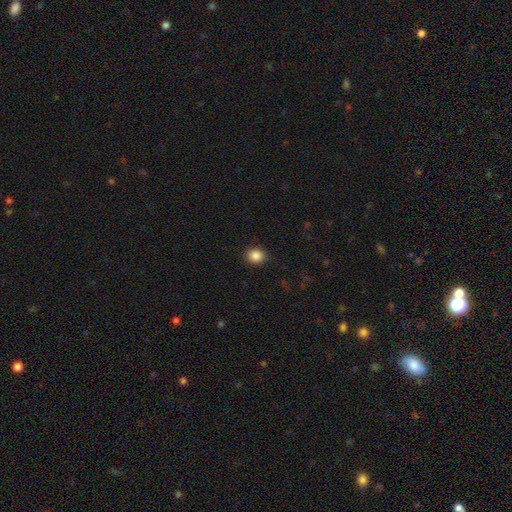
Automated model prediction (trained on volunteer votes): This appears to be a smooth galaxy with no disk features (87%) that is round (67%). Merging: none (88%).